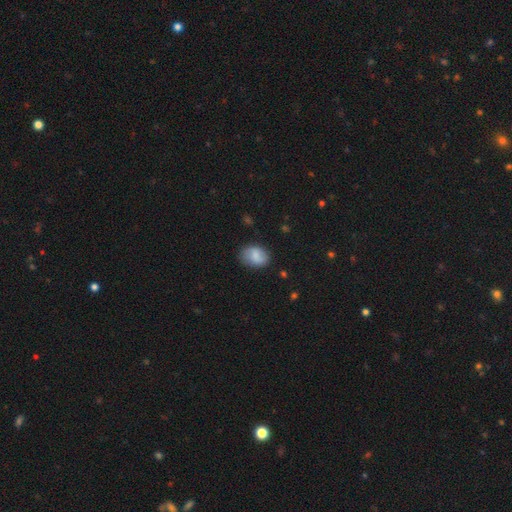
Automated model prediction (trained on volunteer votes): Q: Smooth or featured?
A: smooth (77%); runner-up: featured or disk (15%)
Q: How rounded?
A: in between (71%); runner-up: round (28%)
Q: Merging?
A: none (75%); runner-up: minor disturbance (18%)